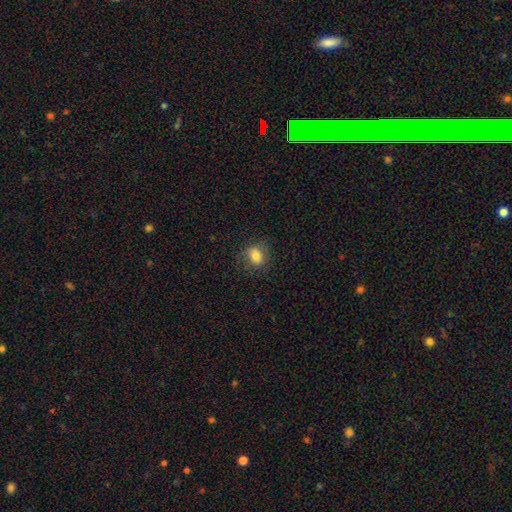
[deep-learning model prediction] smooth 81%, star or artifact 11%, featured or disk 8%. Down the decision tree: how rounded — in between (49%, tied with round); merging — none (79%).